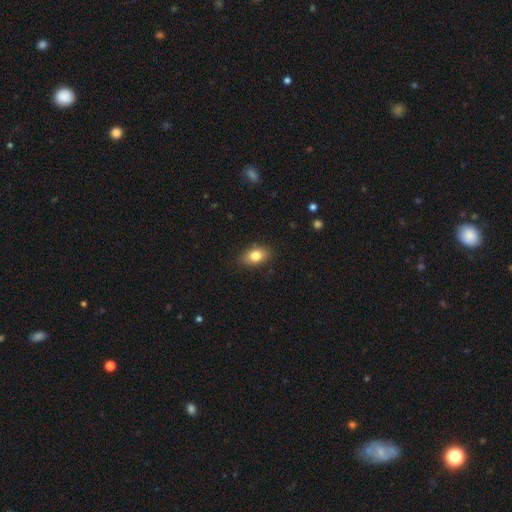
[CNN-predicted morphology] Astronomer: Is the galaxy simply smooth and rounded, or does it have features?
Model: smooth — 81%.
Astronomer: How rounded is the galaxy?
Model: in between — 84%.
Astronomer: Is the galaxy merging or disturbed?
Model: none — 86%.